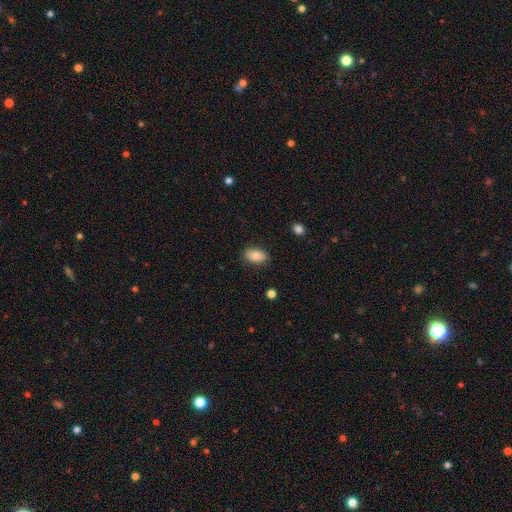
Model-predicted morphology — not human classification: Smooth or featured: smooth — 83% (featured or disk — 10%)
How rounded: in between — 90% (round — 8%)
Merging: none — 85% (minor disturbance — 11%)